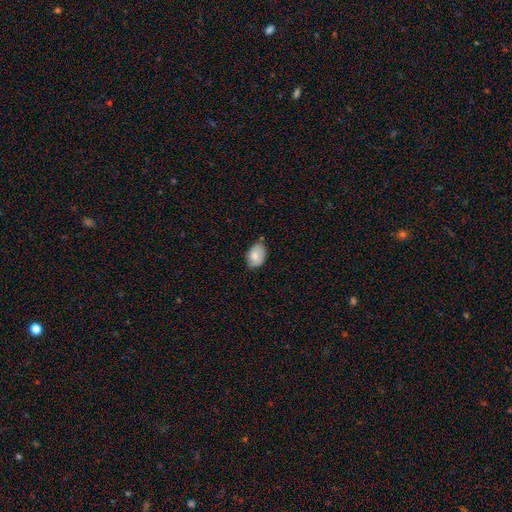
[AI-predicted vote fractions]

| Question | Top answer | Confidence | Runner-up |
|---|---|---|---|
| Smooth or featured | smooth | 80% | featured or disk (13%) |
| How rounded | in between | 83% | round (16%) |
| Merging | none | 66% | minor disturbance (28%) |